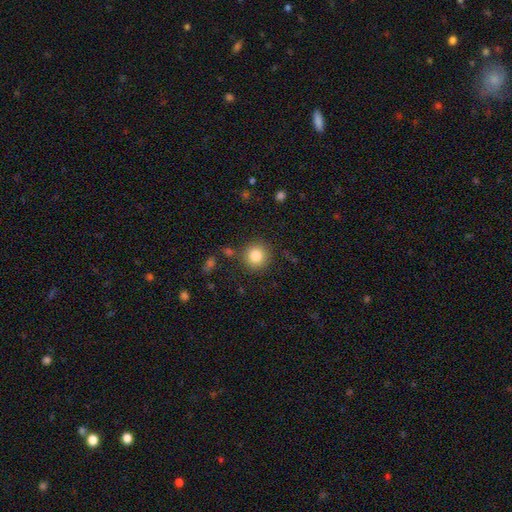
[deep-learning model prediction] smooth_or_featured: smooth (p=0.84) [alt: star or artifact p=0.10]
how_rounded: round (p=0.92) [alt: in between p=0.07]
merging: none (p=0.85) [alt: minor disturbance p=0.08]